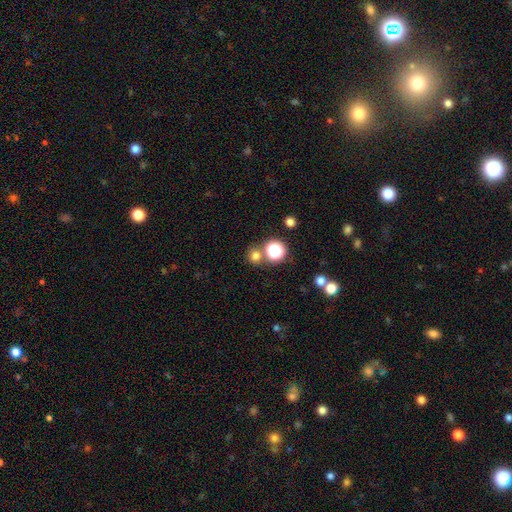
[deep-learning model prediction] Morphology: type=smooth (73%); roundness=round (89%); merging=none (70%).